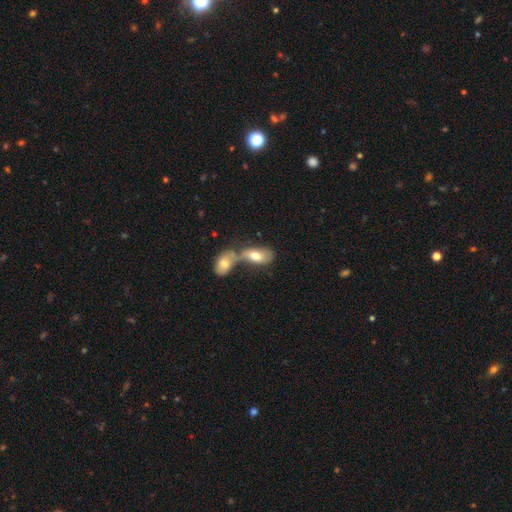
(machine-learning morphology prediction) Smooth or featured? Predicted: smooth (p=0.70). How rounded? Predicted: in between (p=0.91). Merging? Predicted: merger (p=0.73).